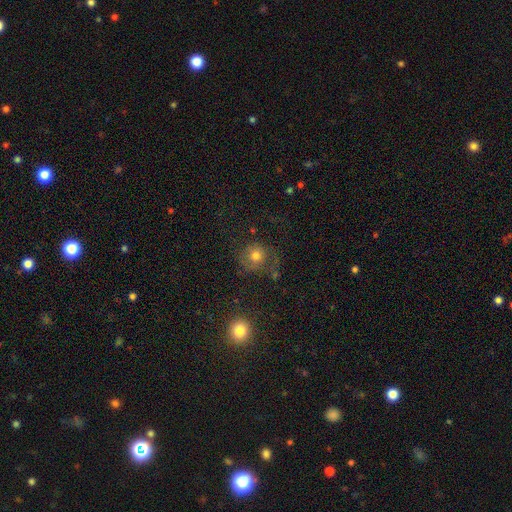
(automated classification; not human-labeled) The model was most divided on "merging": none: 56%, minor disturbance: 20%, major disturbance: 19%, merger: 5%. More confident: how rounded — round (86%); smooth or featured — smooth (63%).